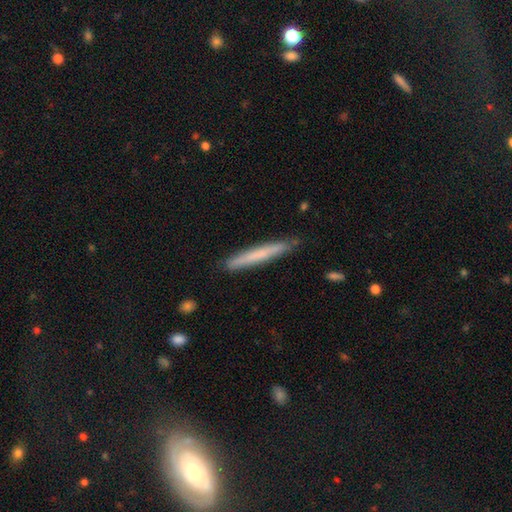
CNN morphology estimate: A smooth galaxy with no disk features (68%) that is cigar-shaped (96%). Merging: none (87%).